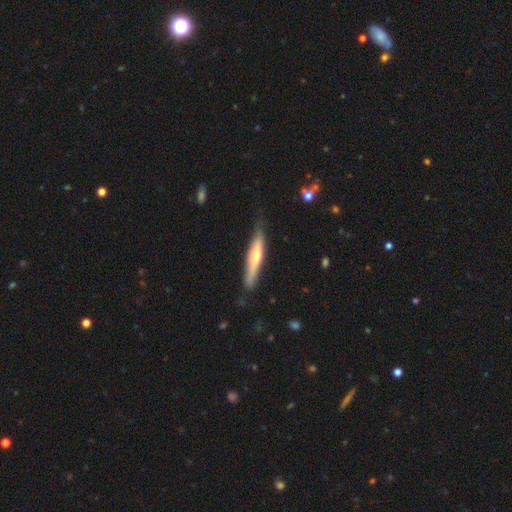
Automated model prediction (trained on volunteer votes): This is possibly a smooth galaxy (48%). Merging: likely none (74%).